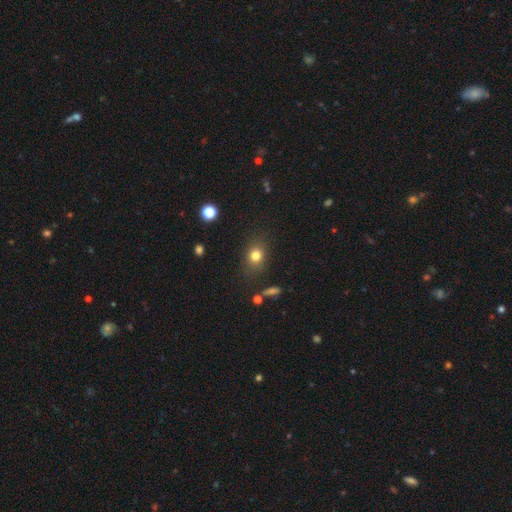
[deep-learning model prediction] A smooth galaxy with no disk features (79%) that is round (55%). Merging: none (80%).